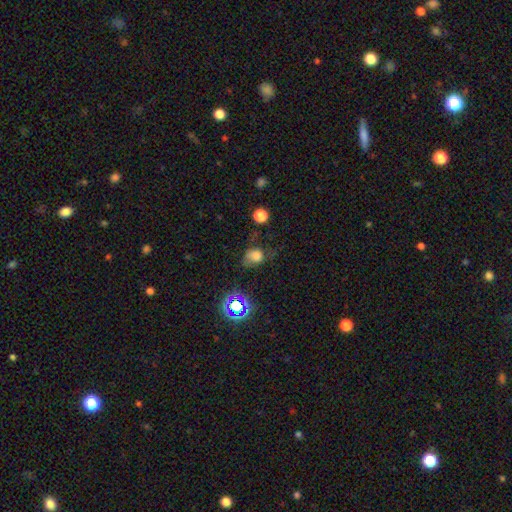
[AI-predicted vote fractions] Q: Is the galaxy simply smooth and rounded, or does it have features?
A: smooth — 67%.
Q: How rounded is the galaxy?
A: round — 51%.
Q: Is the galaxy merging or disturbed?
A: none — 42%.